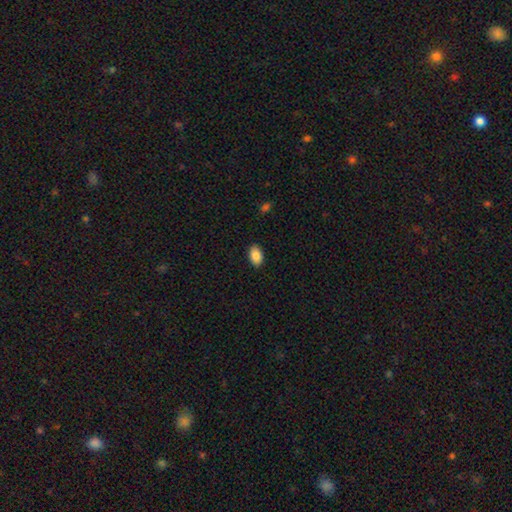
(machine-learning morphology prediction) Q: Smooth or featured?
A: smooth (88%); runner-up: star or artifact (7%)
Q: How rounded?
A: in between (92%); runner-up: round (7%)
Q: Merging?
A: none (88%); runner-up: minor disturbance (9%)